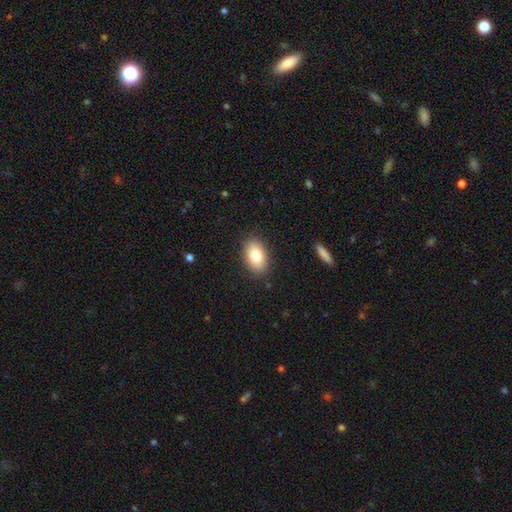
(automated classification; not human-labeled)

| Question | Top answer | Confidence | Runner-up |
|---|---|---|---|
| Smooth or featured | smooth | 81% | featured or disk (11%) |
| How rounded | in between | 89% | round (9%) |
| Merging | none | 87% | minor disturbance (9%) |